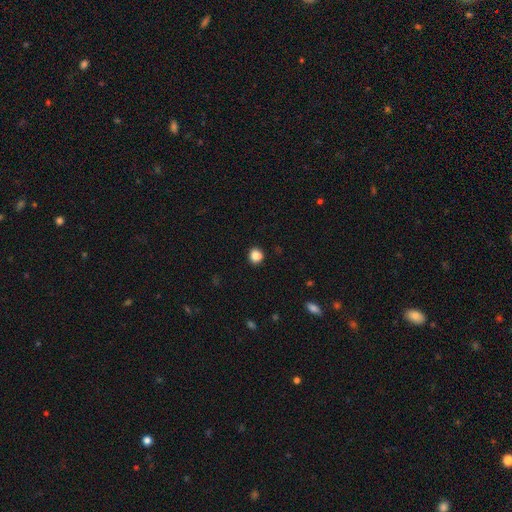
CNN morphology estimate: smooth 84%, star or artifact 11%, featured or disk 4%. Down the decision tree: how rounded — round (82%); merging — none (80%).